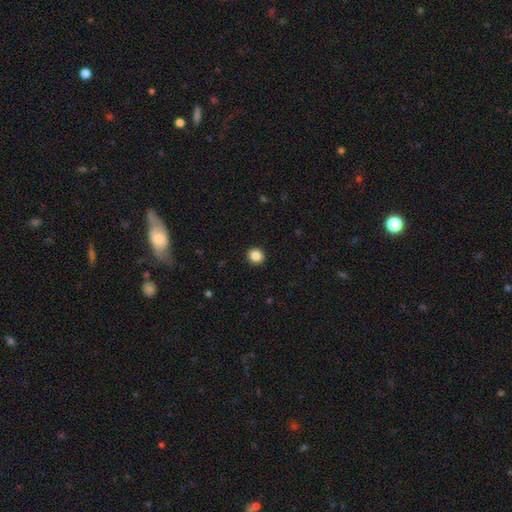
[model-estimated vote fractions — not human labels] Smooth or featured?
  - smooth: 87% *
  - star or artifact: 10%
  - featured or disk: 4%
How rounded?
  - round: 87% *
  - in between: 12%
  - cigar-shaped: 1%
Merging?
  - none: 93% *
  - minor disturbance: 5%
  - major disturbance: 2%
  - merger: 1%